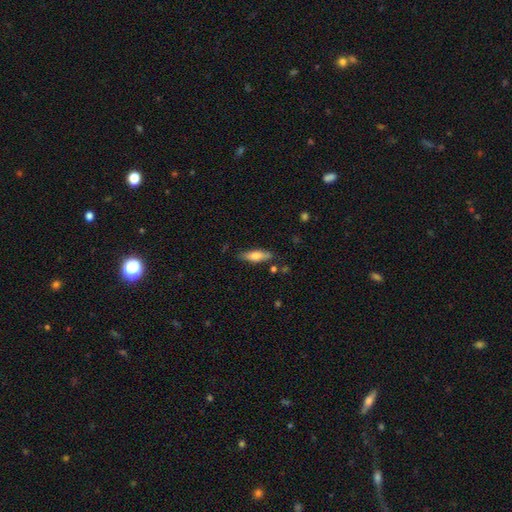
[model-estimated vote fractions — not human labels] This is likely a smooth galaxy (70%). How rounded: possibly cigar-shaped (50%). Merging: likely none (79%).